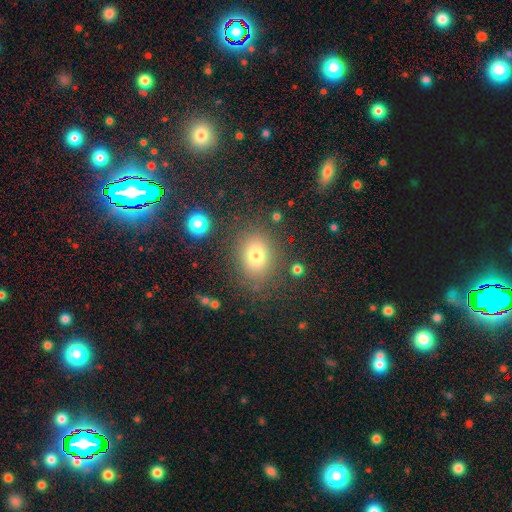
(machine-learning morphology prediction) Smooth or featured: smooth — 69% (star or artifact — 20%)
How rounded: in between — 54% (round — 44%)
Merging: none — 83% (minor disturbance — 10%)